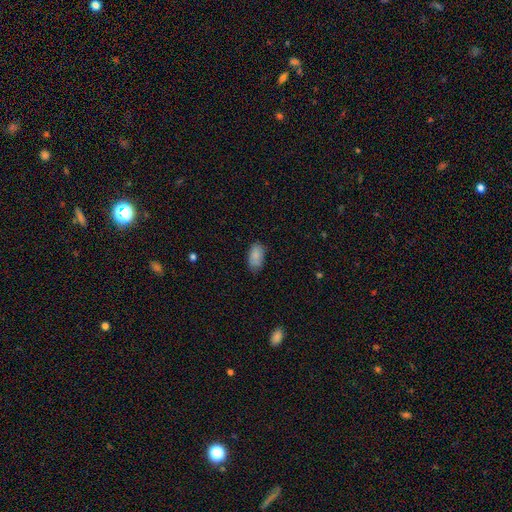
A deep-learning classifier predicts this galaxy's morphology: Smooth or featured? smooth (85%)
How rounded? in between (94%)
Merging? none (73%)